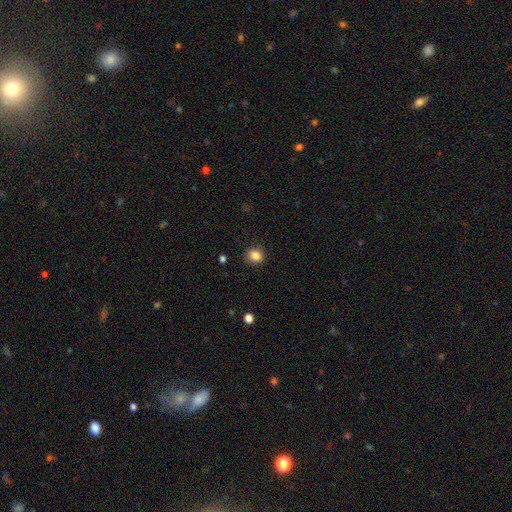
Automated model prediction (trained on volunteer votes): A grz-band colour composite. It shows a smooth galaxy with no disk features (85%) that is round (86%). Merging: none (90%).